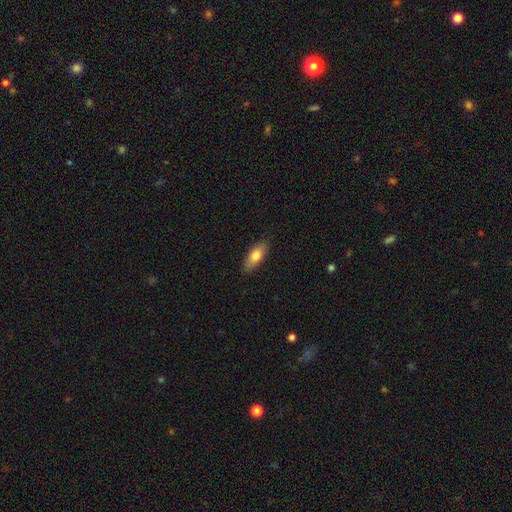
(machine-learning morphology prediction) Smooth or featured: smooth — 76% (featured or disk — 18%)
How rounded: in between — 75% (cigar-shaped — 22%)
Merging: none — 87% (minor disturbance — 10%)